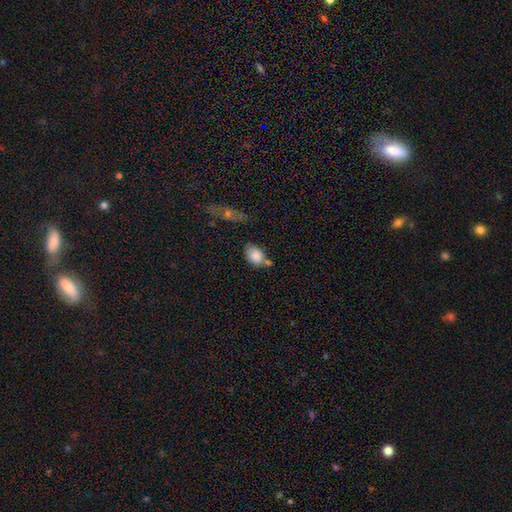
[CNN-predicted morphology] Smooth or featured: smooth — 84% (featured or disk — 9%)
How rounded: in between — 76% (round — 22%)
Merging: none — 45% (merger — 24%)